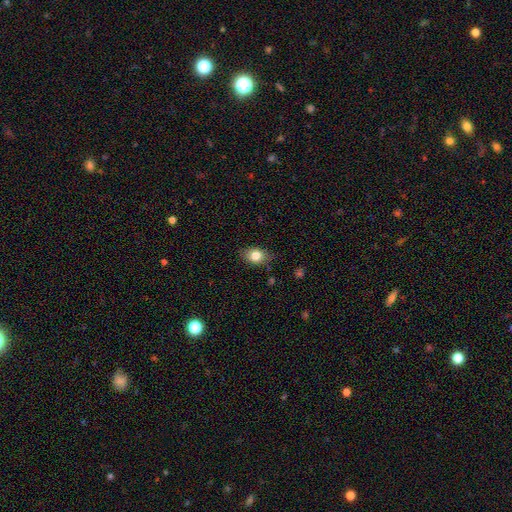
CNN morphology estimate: This appears to be a smooth galaxy with no disk features (81%) that is in between round and cigar-shaped (69%). Merging: none (77%).